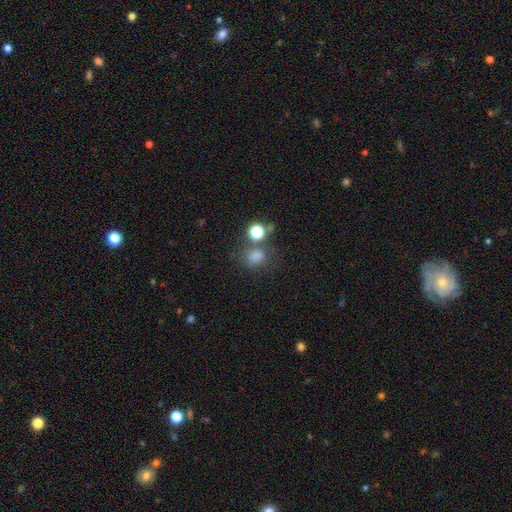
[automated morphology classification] type=smooth (72%); roundness=round (71%); merging=none (65%).